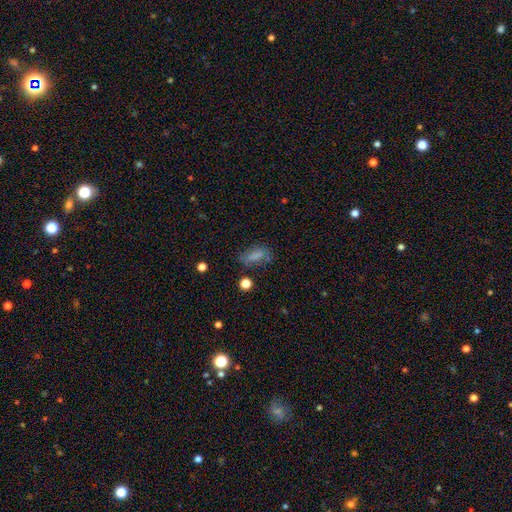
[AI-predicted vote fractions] This appears to be a smooth galaxy with no disk features (69%) that is in between round and cigar-shaped (75%). Merging: none (56%).